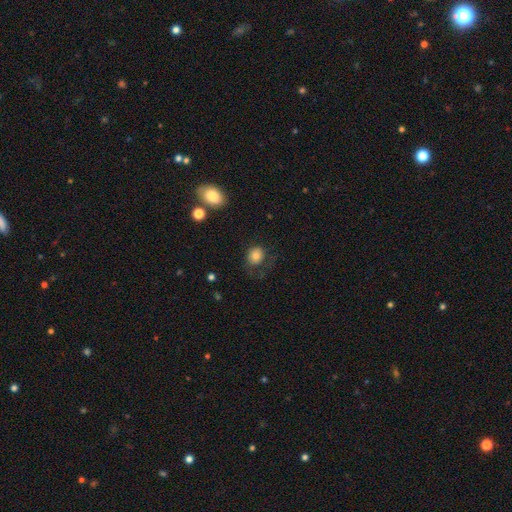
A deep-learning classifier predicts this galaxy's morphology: The model was most divided on "merging": none: 61%, minor disturbance: 20%, major disturbance: 17%, merger: 2%. More confident: smooth or featured — smooth (80%); how rounded — round (73%).